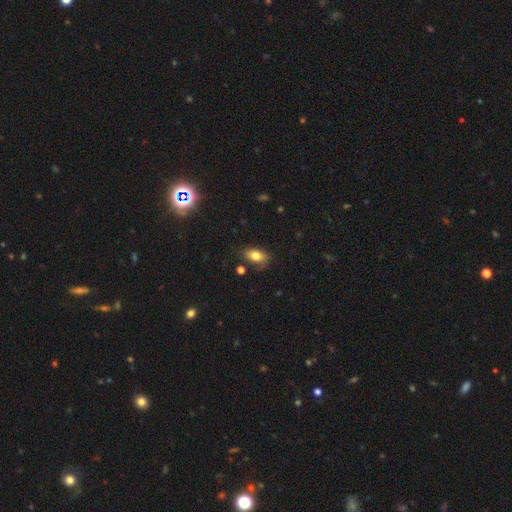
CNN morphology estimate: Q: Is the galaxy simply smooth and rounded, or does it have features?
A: smooth — 79%.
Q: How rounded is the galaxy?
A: in between — 86%.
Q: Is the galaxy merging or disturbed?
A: none — 65%.